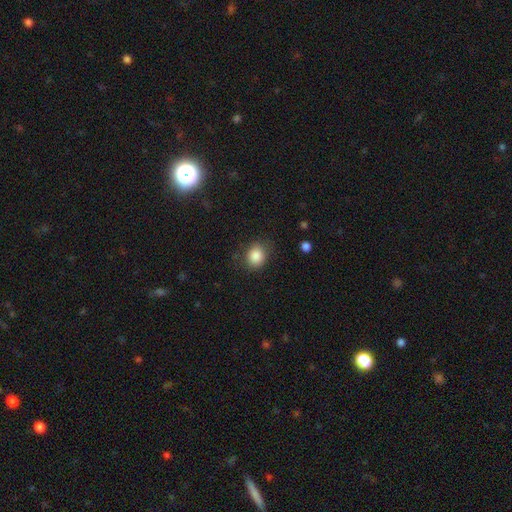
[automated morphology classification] Smooth or featured? Predicted: smooth (p=0.86). How rounded? Predicted: round (p=0.63). Merging? Predicted: none (p=0.78).